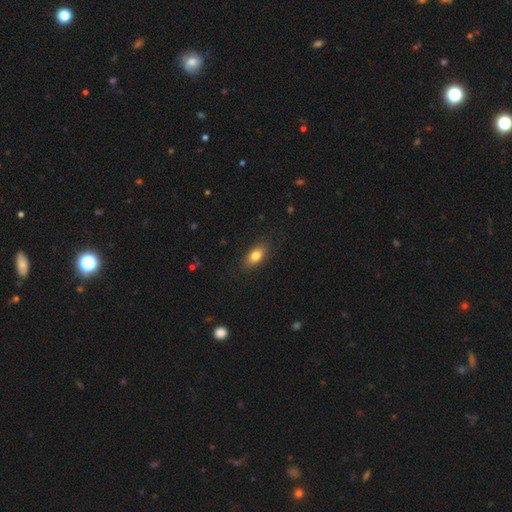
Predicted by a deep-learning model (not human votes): Smooth or featured? Predicted: smooth (p=0.80). How rounded? Predicted: in between (p=0.85). Merging? Predicted: none (p=0.84).